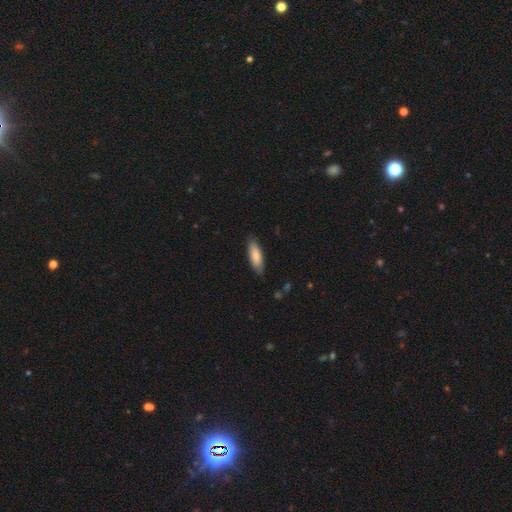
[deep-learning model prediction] A smooth galaxy with no disk features (82%) that is in between round and cigar-shaped (54%).

Vote fractions:
- Smooth or featured? smooth: 82% / featured or disk: 12% / star or artifact: 5%
- How rounded? in between: 54% / cigar-shaped: 44% / round: 1%
- Merging? none: 84% / minor disturbance: 12% / major disturbance: 2% / merger: 1%